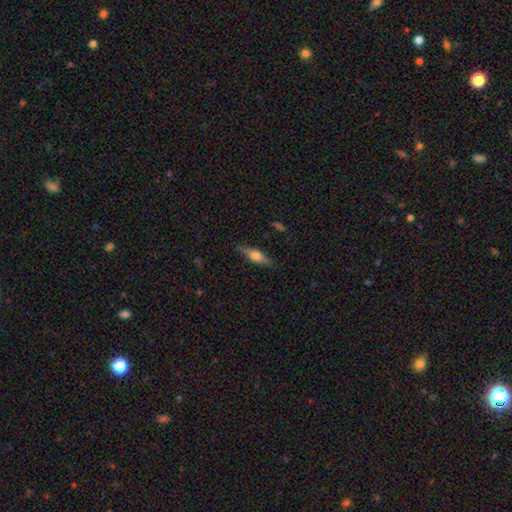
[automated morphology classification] Smooth or featured: featured or disk — 48% (smooth — 45%)
Merging: none — 85% (minor disturbance — 12%)